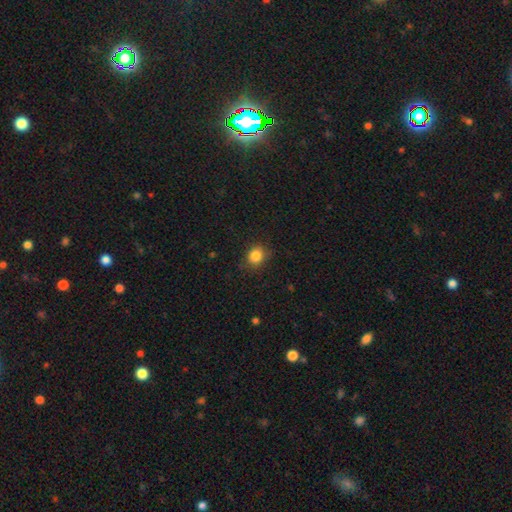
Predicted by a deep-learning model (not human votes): smooth 85%, star or artifact 10%, featured or disk 5%. Down the decision tree: how rounded — round (70%); merging — none (82%).